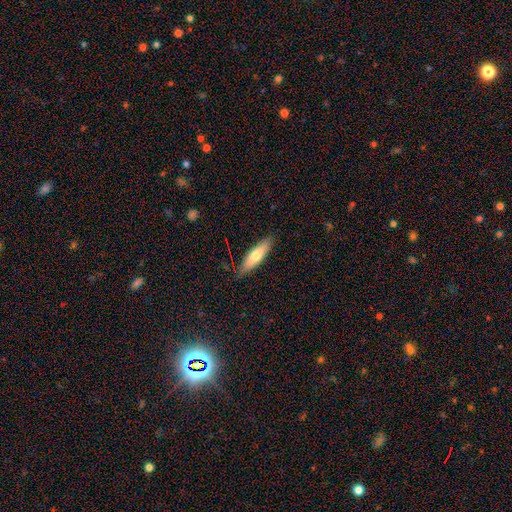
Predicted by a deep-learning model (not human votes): The model was most divided on "how rounded": cigar-shaped: 58%, in between: 40%, round: 2%. More confident: merging — none (84%); smooth or featured — smooth (68%).